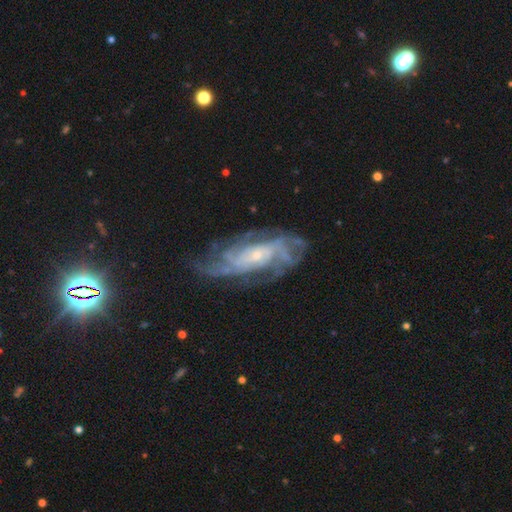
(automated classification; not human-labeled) A featured or disk galaxy (87%) with no bar (66%), tight (59%) spiral arms (96%) and a small central bulge (77%). Merging: none (72%).